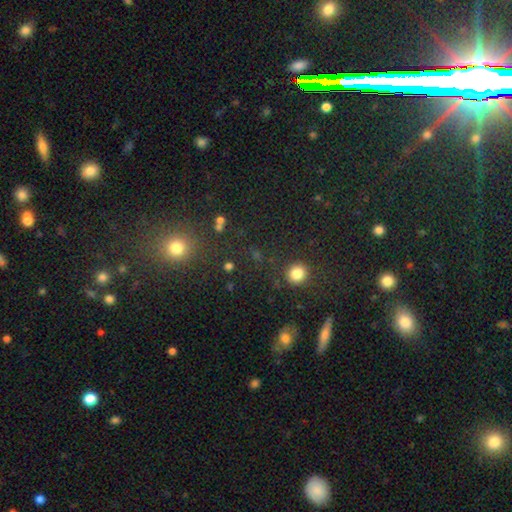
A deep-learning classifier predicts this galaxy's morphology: Smooth or featured?
  - smooth: 52% *
  - star or artifact: 40%
  - featured or disk: 8%
How rounded?
  - round: 86% *
  - in between: 12%
  - cigar-shaped: 2%
Merging?
  - none: 85% *
  - minor disturbance: 8%
  - merger: 4%
  - major disturbance: 4%